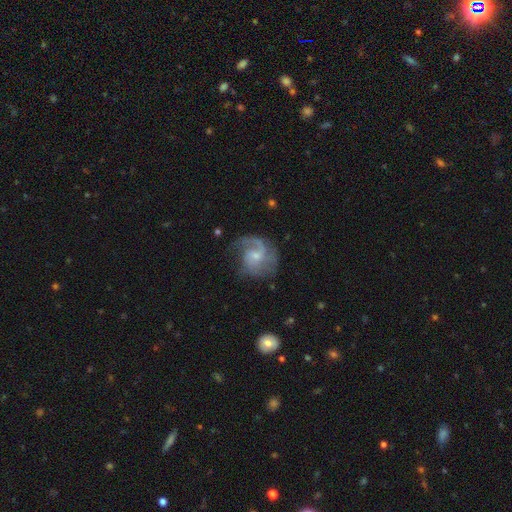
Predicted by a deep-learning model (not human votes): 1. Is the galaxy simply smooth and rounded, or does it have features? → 77% featured or disk, 17% smooth, 6% star or artifact.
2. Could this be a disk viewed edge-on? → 98% no, 2% yes.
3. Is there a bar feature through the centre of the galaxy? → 55% no, 40% weak, 5% strong.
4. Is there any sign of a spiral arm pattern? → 92% yes, 8% no.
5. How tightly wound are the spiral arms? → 46% medium, 33% loose, 21% tight.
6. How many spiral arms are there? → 39% 2, 31% 1, 15% can't tell, 9% 3, 3% 4, 3% more than 4.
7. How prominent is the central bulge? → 60% small, 29% moderate, 8% none, 2% large, 1% dominant.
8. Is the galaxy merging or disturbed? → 54% none, 23% major disturbance, 22% minor disturbance, 2% merger.